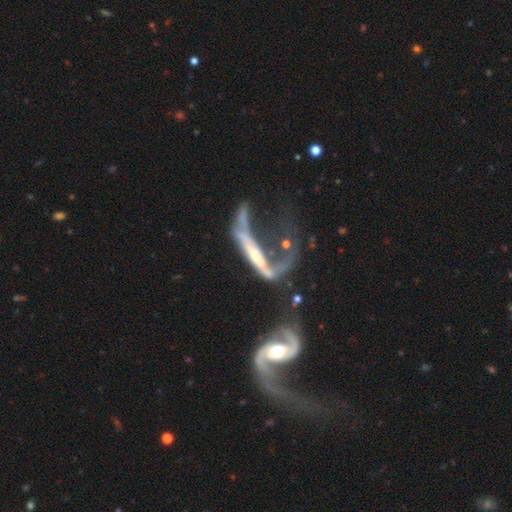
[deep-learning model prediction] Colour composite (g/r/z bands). It shows a featured or disk galaxy (68%) viewed edge-on (54%). Merging: major disturbance (38%).